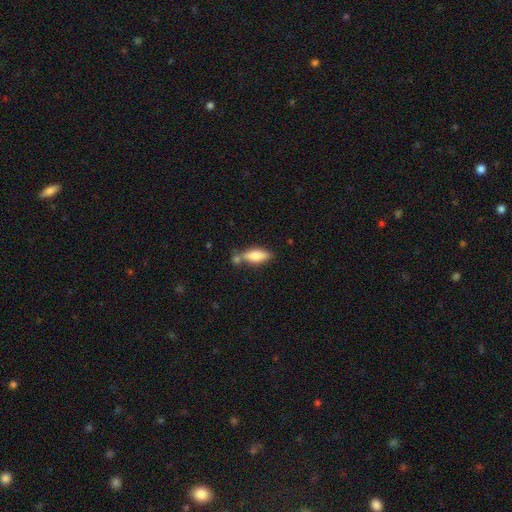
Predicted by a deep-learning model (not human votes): smooth 75%, featured or disk 18%, star or artifact 7%. Down the decision tree: how rounded — in between (65%); merging — none (58%).